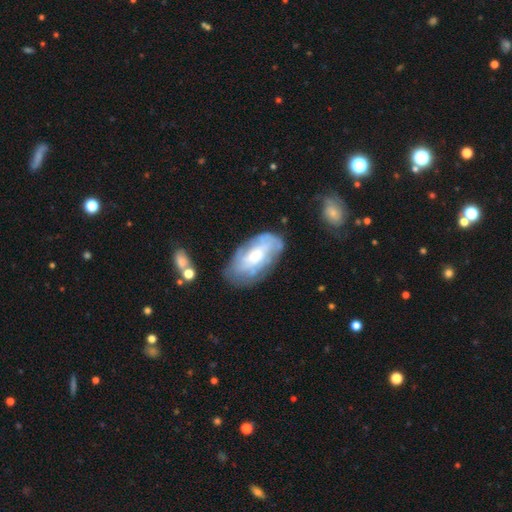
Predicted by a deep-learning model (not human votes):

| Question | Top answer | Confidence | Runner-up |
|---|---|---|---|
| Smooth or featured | featured or disk | 63% | smooth (30%) |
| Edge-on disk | no | 93% | yes (7%) |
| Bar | no | 63% | weak (29%) |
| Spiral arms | yes | 68% | no (32%) |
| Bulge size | moderate | 48% | small (22%) |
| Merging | none | 65% | minor disturbance (22%) |